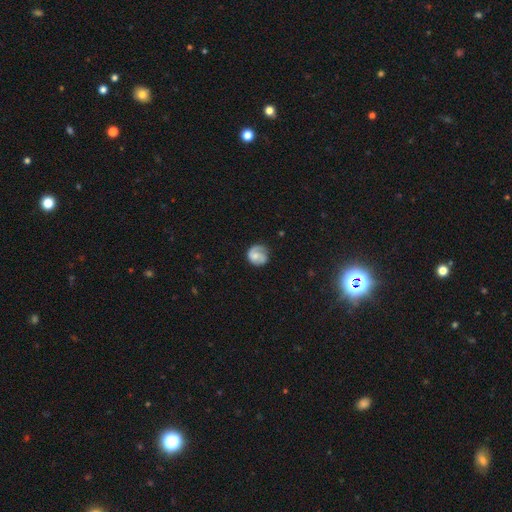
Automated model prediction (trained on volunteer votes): Overall: featured or disk (52%; smooth 41%). Edge-on disk: no (98%). Bar: no (67%; weak 29%). Spiral arms: yes (85%). Bulge size: small (41%; moderate 35%). Merging: none (63%; minor disturbance 24%).